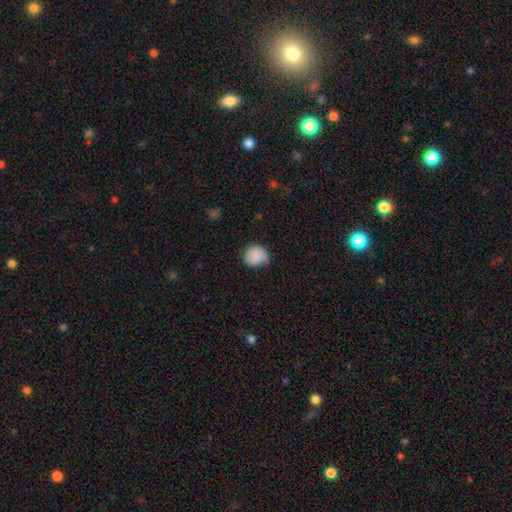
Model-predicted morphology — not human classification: Smooth or featured: smooth — 84% (featured or disk — 8%)
How rounded: round — 82% (in between — 17%)
Merging: none — 70% (minor disturbance — 24%)